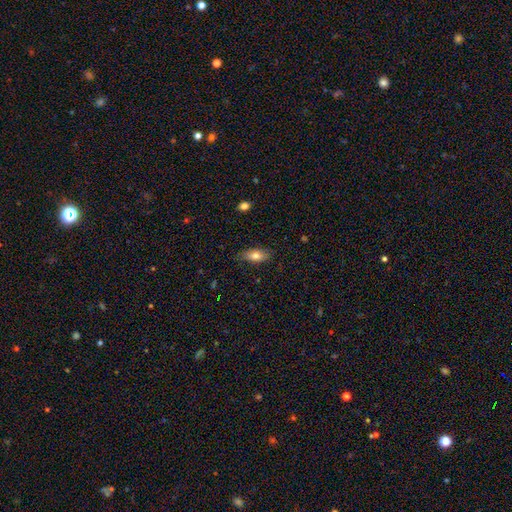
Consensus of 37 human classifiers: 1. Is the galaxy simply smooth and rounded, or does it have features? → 73% smooth, 22% featured or disk, 5% star or artifact.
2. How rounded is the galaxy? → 78% in between, 15% cigar-shaped, 7% round.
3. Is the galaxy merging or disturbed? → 74% none, 23% minor disturbance, 3% major disturbance, 0% merger.